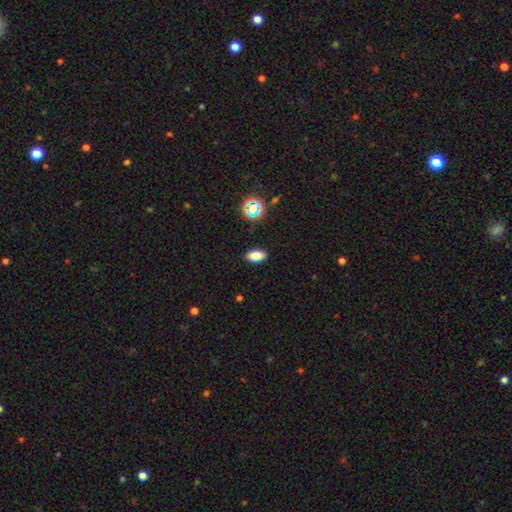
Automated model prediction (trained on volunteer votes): Smooth or featured? Predicted: smooth (p=0.78). How rounded? Predicted: in between (p=0.89). Merging? Predicted: none (p=0.88).